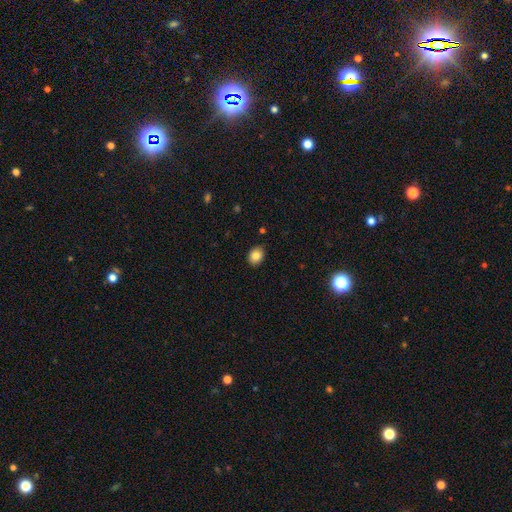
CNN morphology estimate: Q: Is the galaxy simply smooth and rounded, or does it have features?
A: smooth — 85%.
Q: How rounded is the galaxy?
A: in between — 50%.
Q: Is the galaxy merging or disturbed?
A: none — 87%.